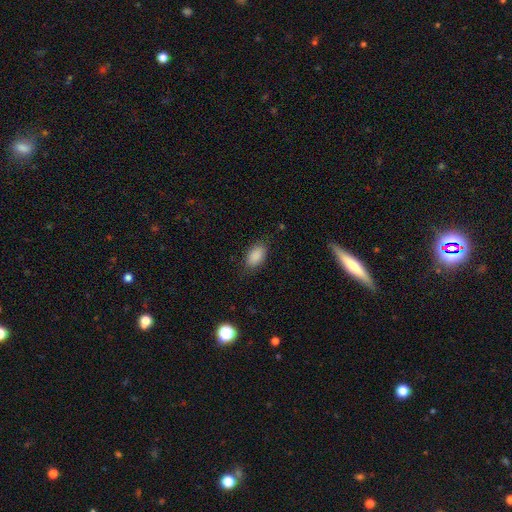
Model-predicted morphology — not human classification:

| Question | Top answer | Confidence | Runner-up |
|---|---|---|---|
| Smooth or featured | smooth | 89% | star or artifact (7%) |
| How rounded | in between | 92% | round (6%) |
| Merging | none | 81% | minor disturbance (14%) |